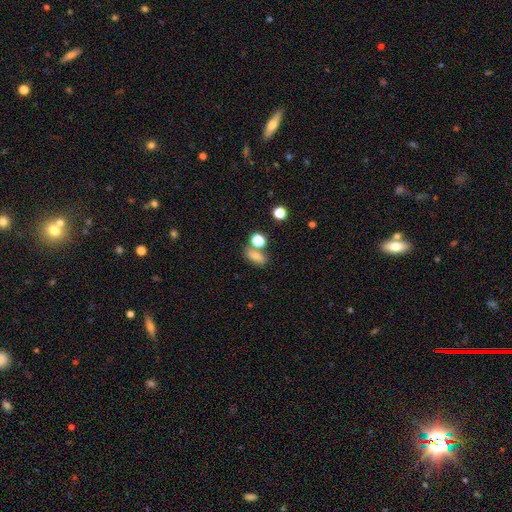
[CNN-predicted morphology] Smooth or featured? Predicted: smooth (p=0.73). How rounded? Predicted: in between (p=0.72). Merging? Predicted: none (p=0.58).